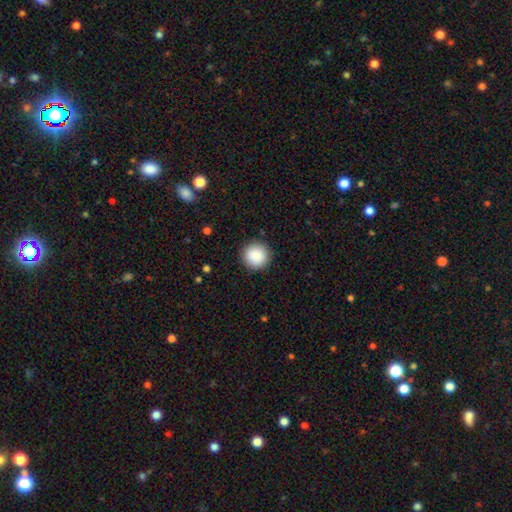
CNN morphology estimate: Q: Smooth or featured?
A: smooth (89%); runner-up: star or artifact (8%)
Q: How rounded?
A: round (95%); runner-up: in between (4%)
Q: Merging?
A: none (91%); runner-up: minor disturbance (6%)